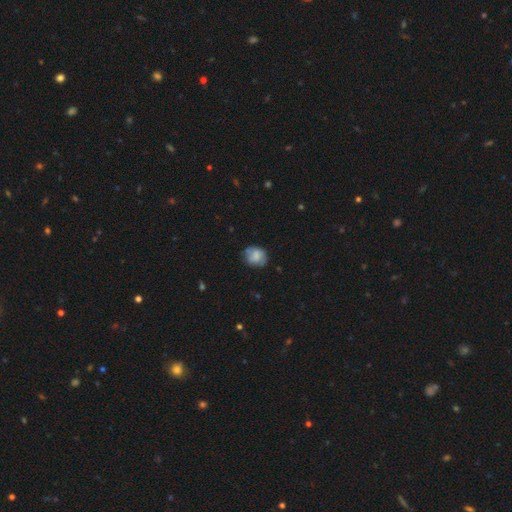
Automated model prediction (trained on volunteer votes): Morphology: type=smooth (66%); roundness=round (65%); merging=none (65%).